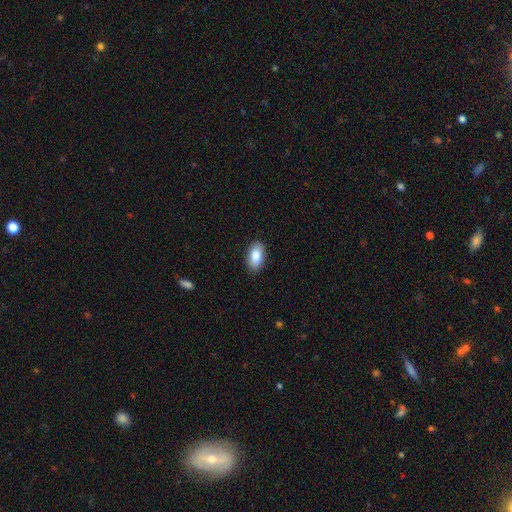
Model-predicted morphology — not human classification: Smooth or featured? Predicted: smooth (p=0.87). How rounded? Predicted: in between (p=0.94). Merging? Predicted: none (p=0.89).